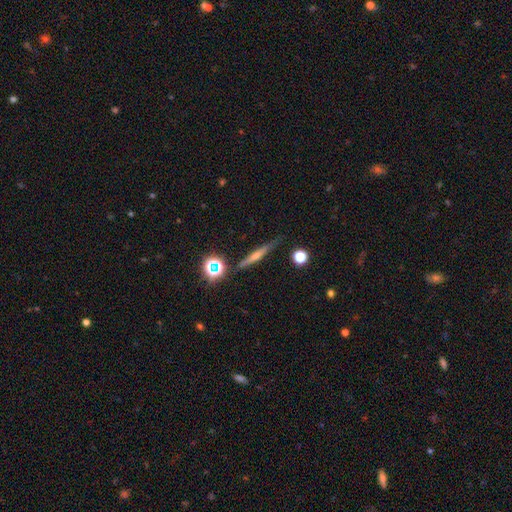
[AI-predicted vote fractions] smooth_or_featured: featured or disk (p=0.62) [alt: smooth p=0.25]
disk_edge_on: yes (p=0.96) [alt: no p=0.04]
edge_on_bulge: rounded (p=0.76) [alt: none p=0.17]
merging: none (p=0.85) [alt: minor disturbance p=0.10]